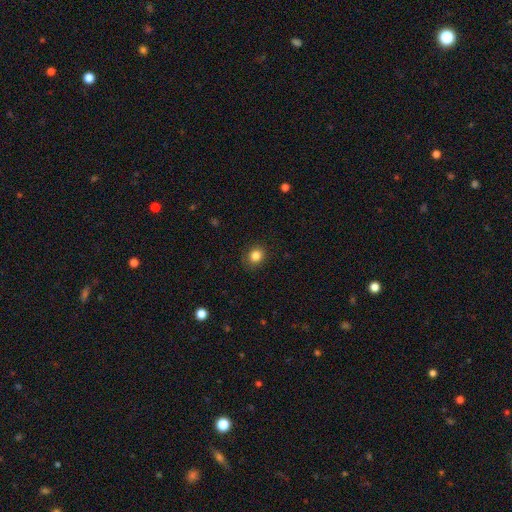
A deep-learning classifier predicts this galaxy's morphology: type=smooth (84%); roundness=round (71%); merging=none (87%).